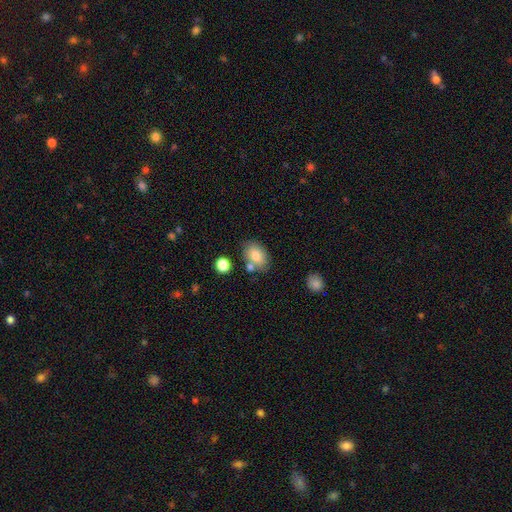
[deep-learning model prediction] Smooth or featured?
  - smooth: 80% *
  - featured or disk: 12%
  - star or artifact: 8%
How rounded?
  - in between: 82% *
  - round: 17%
  - cigar-shaped: 1%
Merging?
  - none: 68% *
  - minor disturbance: 15%
  - merger: 14%
  - major disturbance: 4%